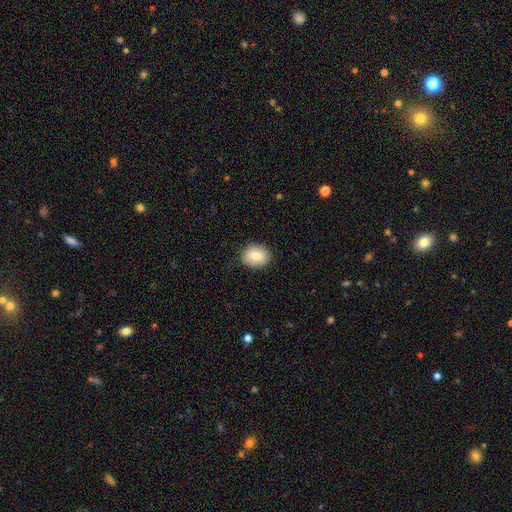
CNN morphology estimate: The model was most divided on "how rounded": round: 50%, in between: 49%, cigar-shaped: 1%. More confident: merging — none (86%); smooth or featured — smooth (77%).